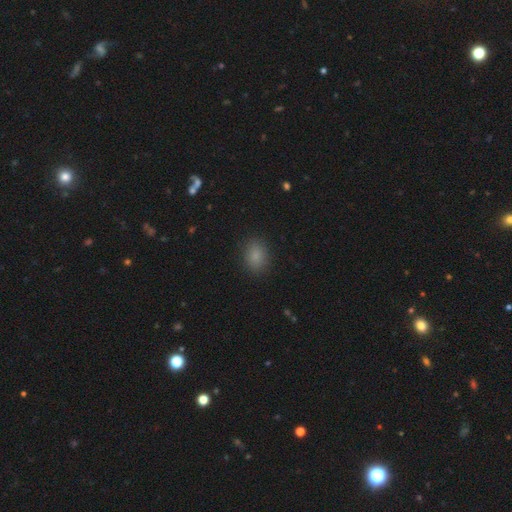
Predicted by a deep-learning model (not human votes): Morphology: type=smooth (84%); roundness=in between (60%); merging=none (87%).